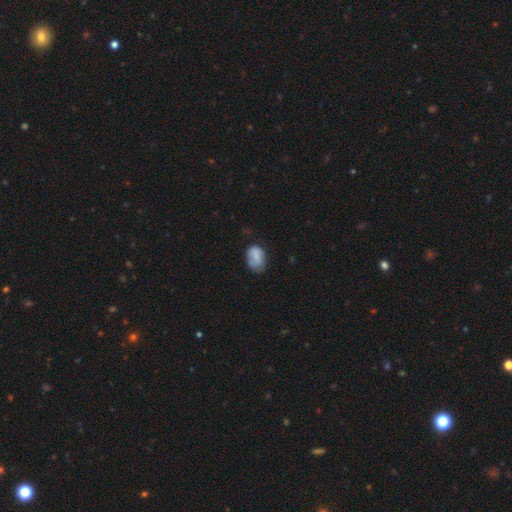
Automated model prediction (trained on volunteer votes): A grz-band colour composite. It shows a smooth galaxy with no disk features (76%) that is in between round and cigar-shaped (82%). Merging: none (53%).